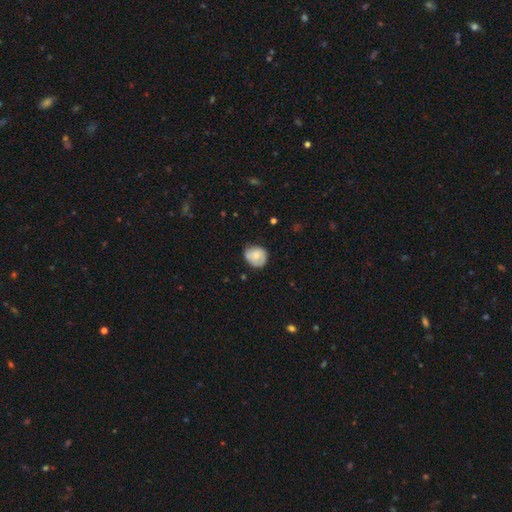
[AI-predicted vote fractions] smooth 74%, featured or disk 19%, star or artifact 7%. Down the decision tree: how rounded — round (73%); merging — none (62%).